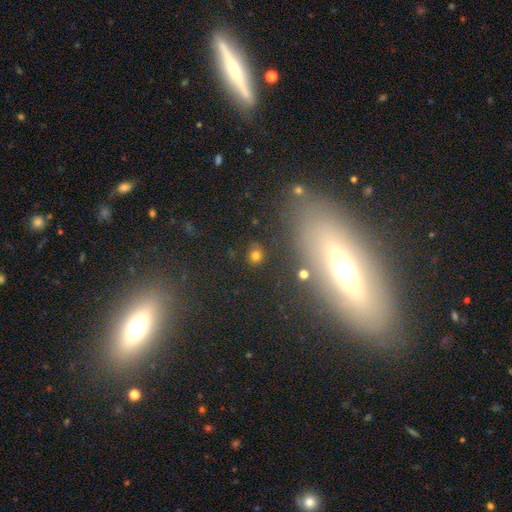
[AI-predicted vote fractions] Smooth or featured? smooth (75%)
How rounded? round (82%)
Merging? none (84%)